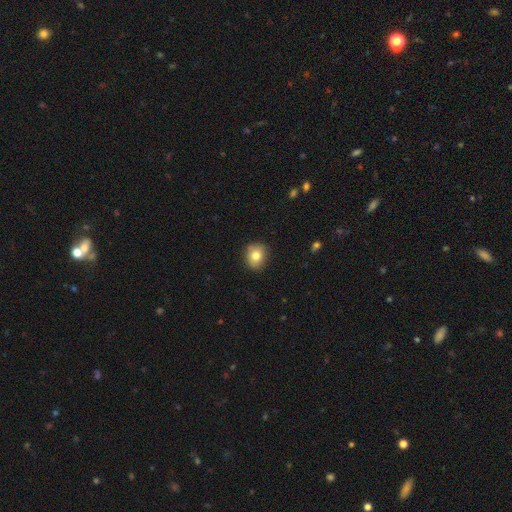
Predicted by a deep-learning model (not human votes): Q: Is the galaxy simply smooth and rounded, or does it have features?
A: smooth — 78%.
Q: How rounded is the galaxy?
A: round — 69%.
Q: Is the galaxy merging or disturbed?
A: none — 83%.